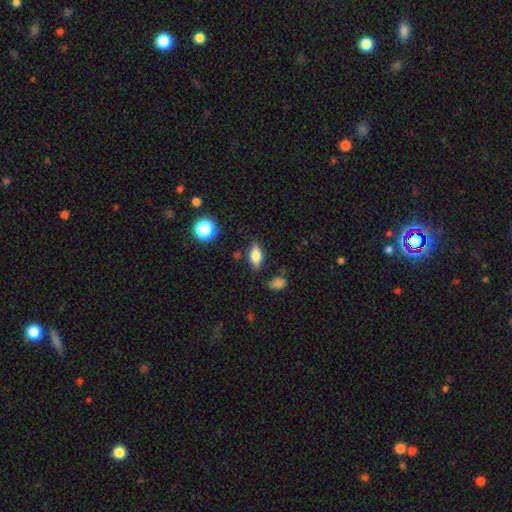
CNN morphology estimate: type=smooth (66%); roundness=in between (79%); merging=none (80%).